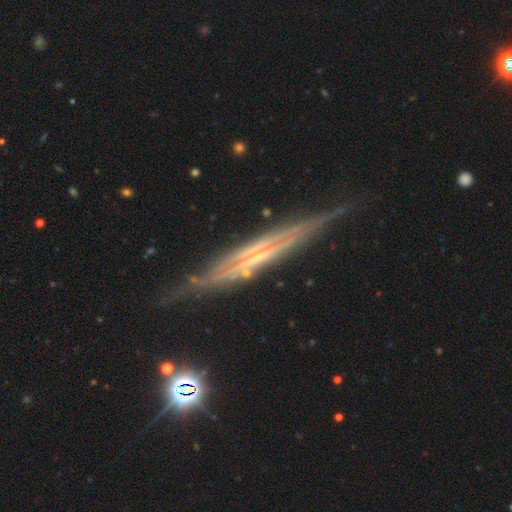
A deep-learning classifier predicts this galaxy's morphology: smooth_or_featured: featured or disk (p=0.79) [alt: smooth p=0.13]
disk_edge_on: yes (p=0.92) [alt: no p=0.08]
edge_on_bulge: none (p=0.61) [alt: rounded p=0.23]
merging: none (p=0.77) [alt: minor disturbance p=0.16]